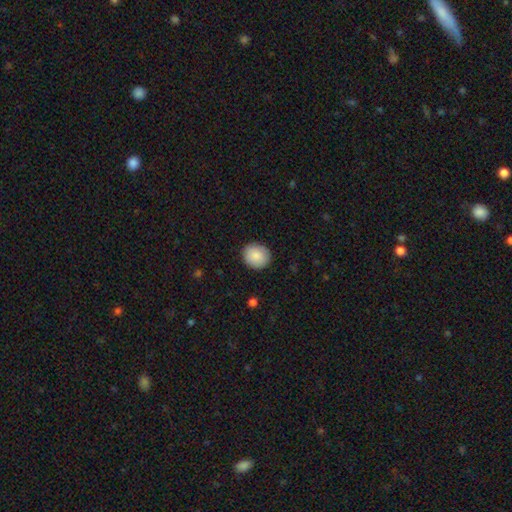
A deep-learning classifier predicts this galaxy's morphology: Overall: smooth (88%). How rounded: round (74%). Merging: none (88%).